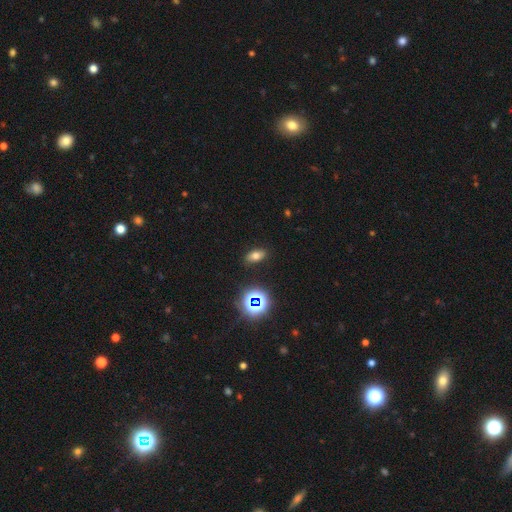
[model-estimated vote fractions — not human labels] This is likely a smooth galaxy (63%). How rounded: clearly in between (85%). Merging: clearly none (87%).